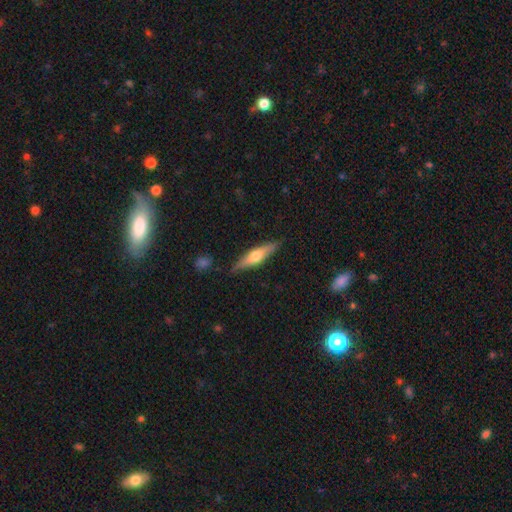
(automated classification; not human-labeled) Smooth or featured: featured or disk — 53% (smooth — 41%)
Edge-on disk: yes — 93% (no — 7%)
Merging: none — 84% (minor disturbance — 12%)